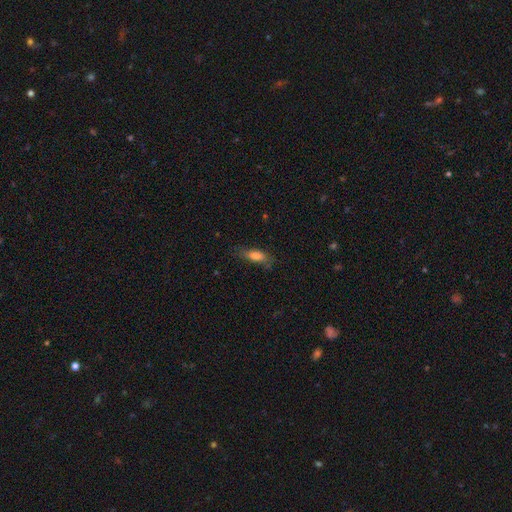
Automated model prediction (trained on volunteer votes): Morphology: type=smooth (76%); roundness=in between (64%); merging=none (66%).